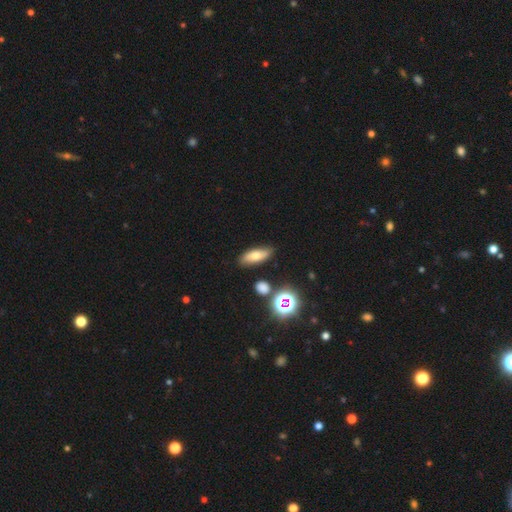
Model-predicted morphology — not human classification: type=smooth (63%); roundness=in between (66%); merging=none (83%).